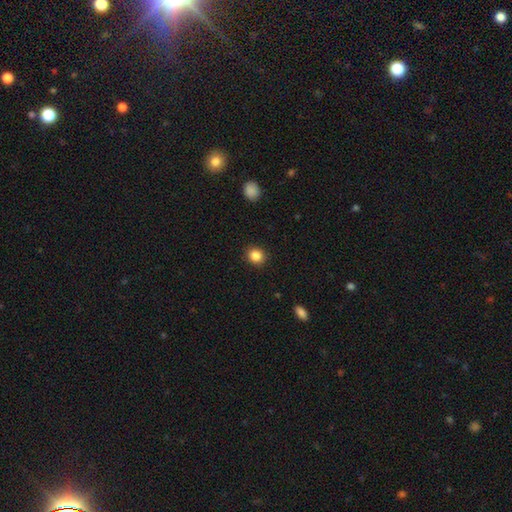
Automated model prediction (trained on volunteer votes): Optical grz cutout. It shows a smooth galaxy with no disk features (86%) that is round (78%). Merging: none (91%).